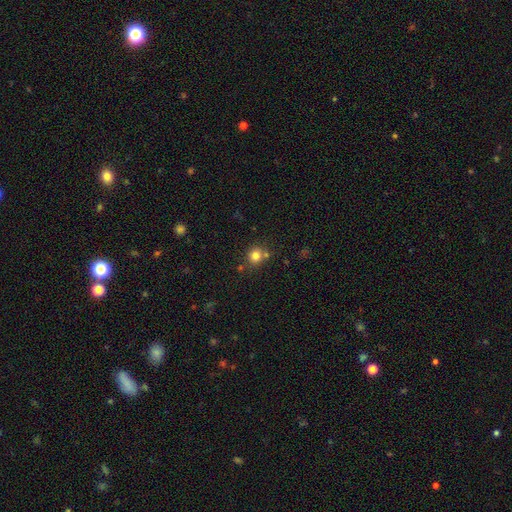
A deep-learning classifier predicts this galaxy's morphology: smooth 80%, star or artifact 13%, featured or disk 7%. Down the decision tree: how rounded — round (86%); merging — none (73%).